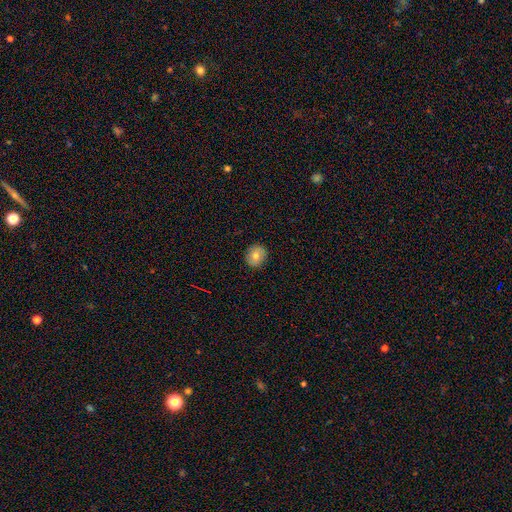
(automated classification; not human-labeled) smooth 74%, featured or disk 17%, star or artifact 9%. Down the decision tree: how rounded — round (79%); merging — none (89%).